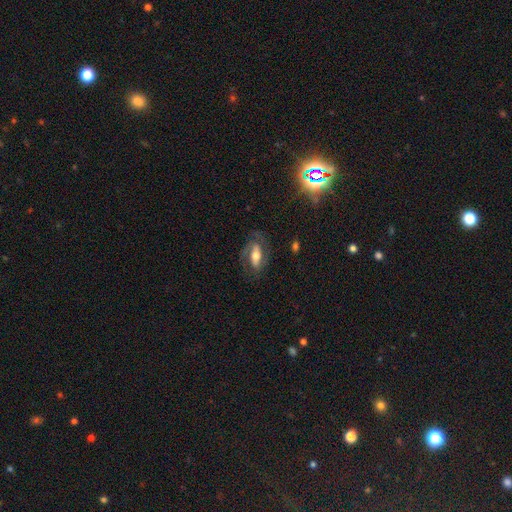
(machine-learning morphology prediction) Overall: featured or disk (59%; smooth 34%). Edge-on disk: no (87%). Bar: strong (42%; no 29%). Spiral arms: yes (80%). Bulge size: moderate (57%; large 23%). Merging: none (69%).